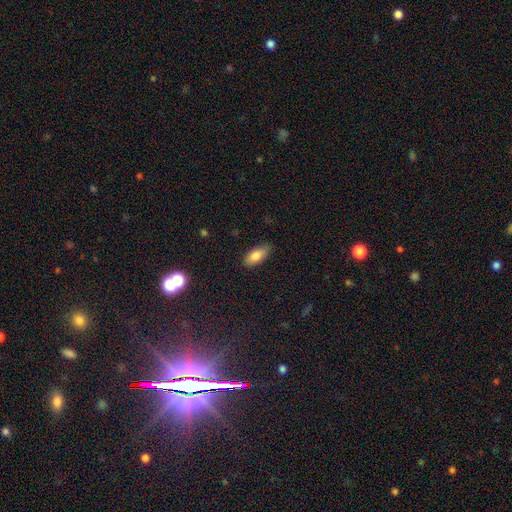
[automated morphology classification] A smooth galaxy with no disk features (82%) that is in between round and cigar-shaped (84%). Merging: none (81%).